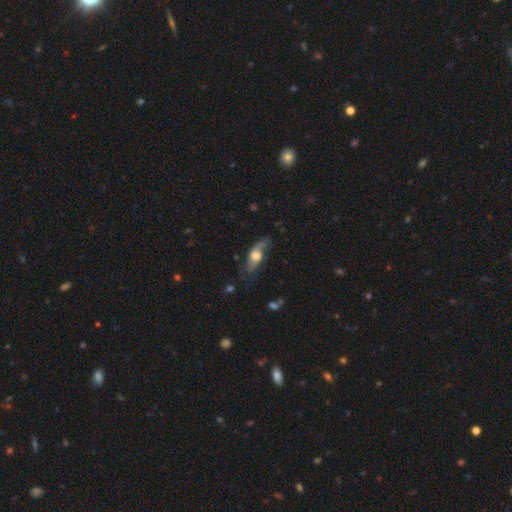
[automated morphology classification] Overall: featured or disk (54%; smooth 39%). Edge-on disk: no (73%). Merging: none (55%; minor disturbance 27%).